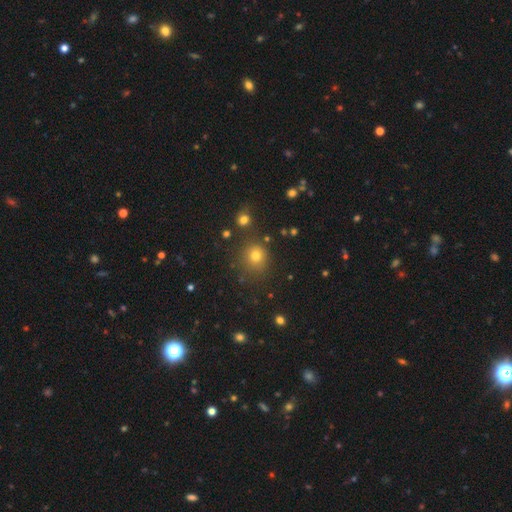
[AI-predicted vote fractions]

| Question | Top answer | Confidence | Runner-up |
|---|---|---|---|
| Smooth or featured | smooth | 74% | star or artifact (20%) |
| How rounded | round | 87% | in between (12%) |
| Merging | none | 79% | minor disturbance (11%) |